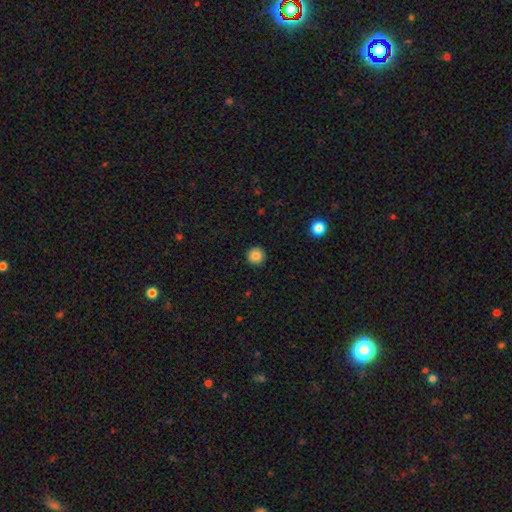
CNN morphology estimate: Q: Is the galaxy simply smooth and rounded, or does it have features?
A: smooth — 84%.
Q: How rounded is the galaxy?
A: round — 96%.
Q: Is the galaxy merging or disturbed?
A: none — 93%.